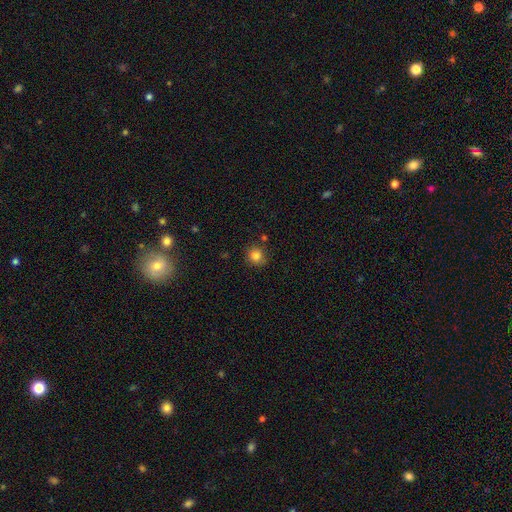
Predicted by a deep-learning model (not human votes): This appears to be a smooth galaxy with no disk features (84%) that is round (87%). Merging: none (82%).